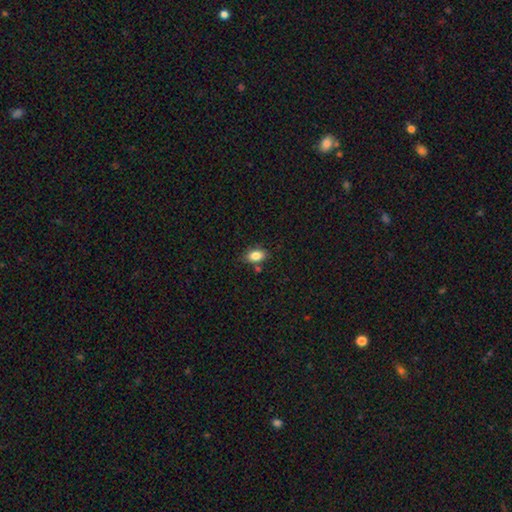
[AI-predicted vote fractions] A smooth galaxy with no disk features (84%) that is in between round and cigar-shaped (86%).

Vote fractions:
- Smooth or featured? smooth: 84% / star or artifact: 9% / featured or disk: 8%
- How rounded? in between: 86% / round: 12% / cigar-shaped: 2%
- Merging? none: 75% / minor disturbance: 15% / merger: 7% / major disturbance: 3%